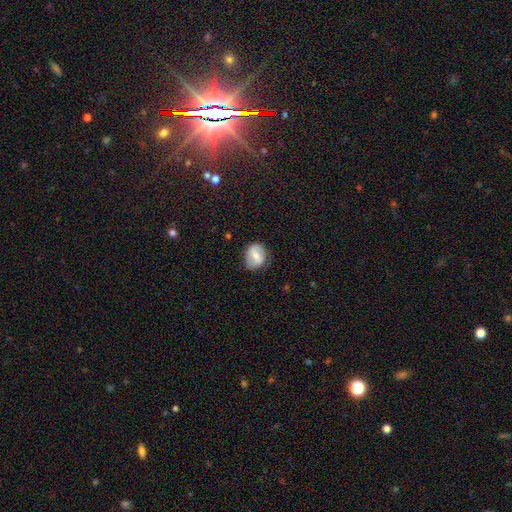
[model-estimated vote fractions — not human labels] This is possibly a smooth galaxy (52%). How rounded: possibly round (53%). Merging: likely none (73%).